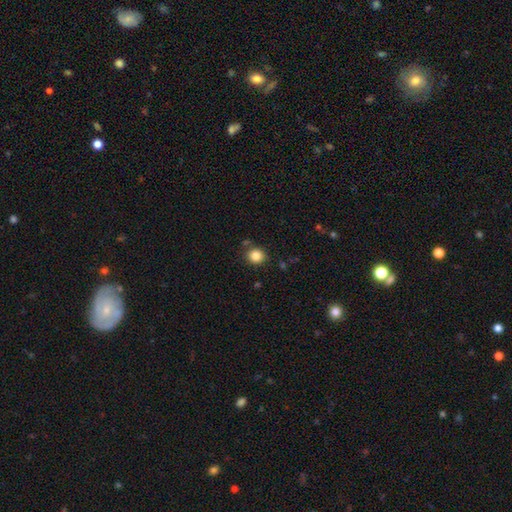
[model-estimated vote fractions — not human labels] Q: Smooth or featured?
A: smooth (85%); runner-up: star or artifact (11%)
Q: How rounded?
A: round (86%); runner-up: in between (14%)
Q: Merging?
A: none (83%); runner-up: minor disturbance (10%)